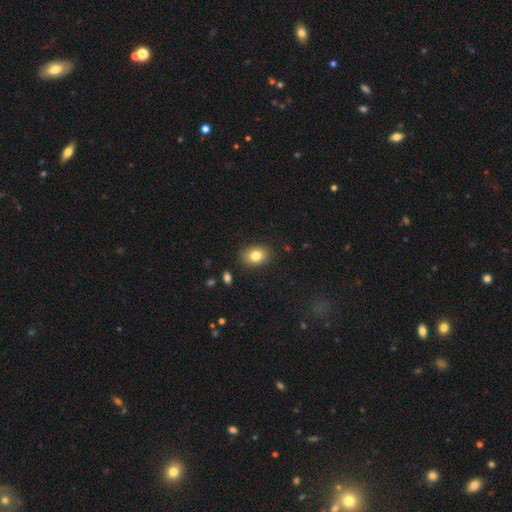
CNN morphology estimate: Smooth or featured: smooth — 82% (featured or disk — 9%)
How rounded: in between — 71% (round — 28%)
Merging: none — 88% (minor disturbance — 8%)